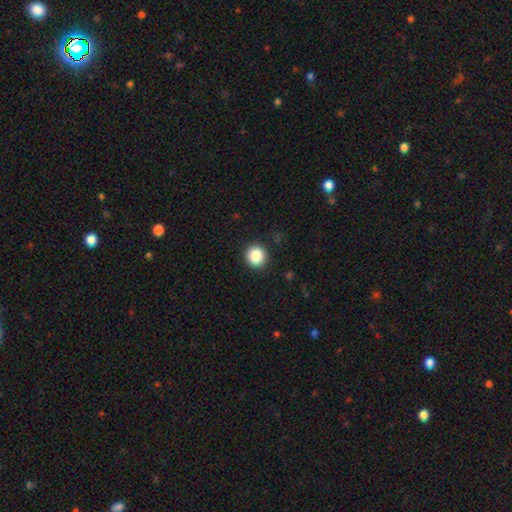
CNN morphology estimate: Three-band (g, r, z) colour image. It shows a smooth galaxy with no disk features (87%) that is round (92%). Merging: none (91%).